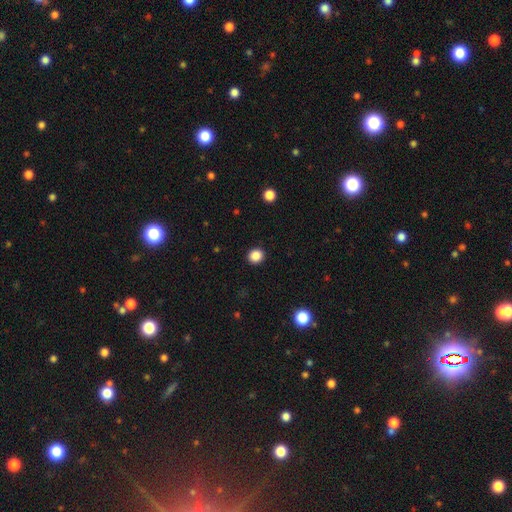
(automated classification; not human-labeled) Smooth or featured? smooth (87%)
How rounded? round (87%)
Merging? none (92%)